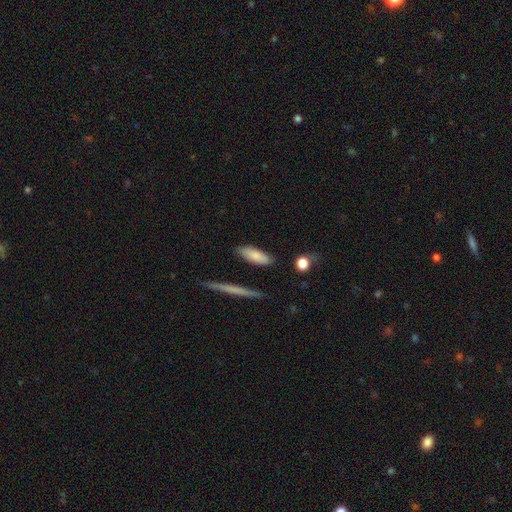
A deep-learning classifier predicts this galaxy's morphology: Smooth or featured? smooth (83%)
How rounded? in between (65%)
Merging? none (79%)